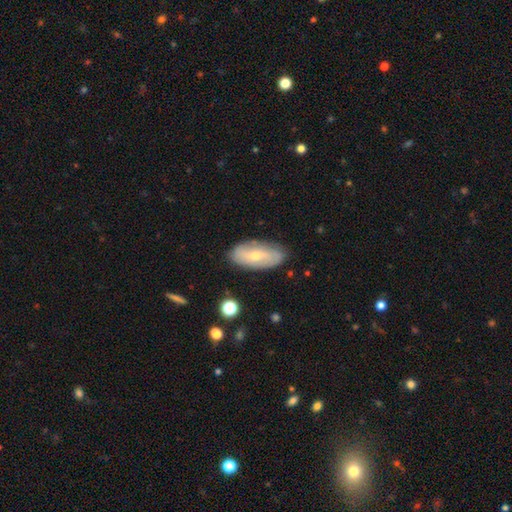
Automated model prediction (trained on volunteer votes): Morphology: type=featured or disk (53%); edge-on=no (86%); merging=none (82%).